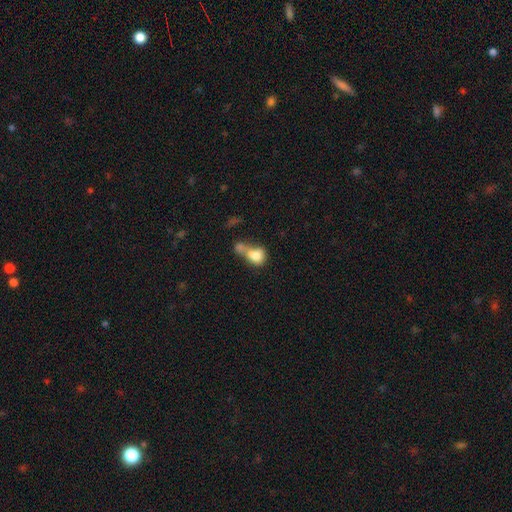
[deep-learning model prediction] smooth-or-featured: smooth: 78% | featured or disk: 14% | star or artifact: 9%
  how-rounded: in between: 50% | round: 48% | cigar-shaped: 2%
  merging: merger: 63% | none: 19% | minor disturbance: 9% | major disturbance: 9%